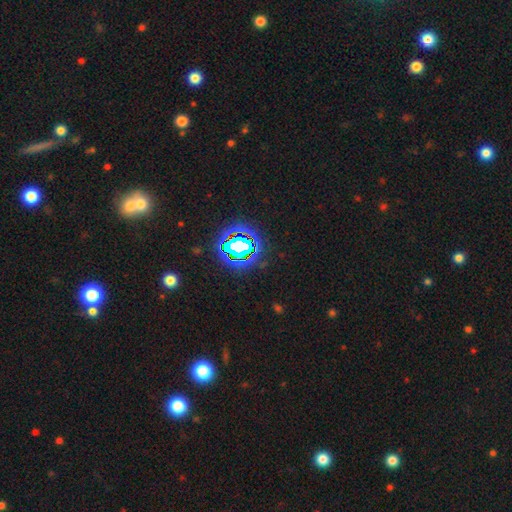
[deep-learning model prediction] smooth_or_featured: star or artifact (p=0.79) [alt: smooth p=0.13]